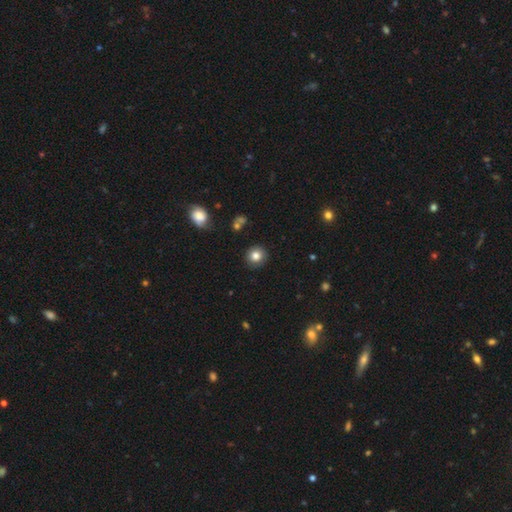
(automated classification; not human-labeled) A smooth galaxy with no disk features (81%) that is round (91%).

Vote fractions:
- Smooth or featured? smooth: 81% / star or artifact: 11% / featured or disk: 8%
- How rounded? round: 91% / in between: 8% / cigar-shaped: 1%
- Merging? none: 90% / minor disturbance: 7% / major disturbance: 2% / merger: 2%